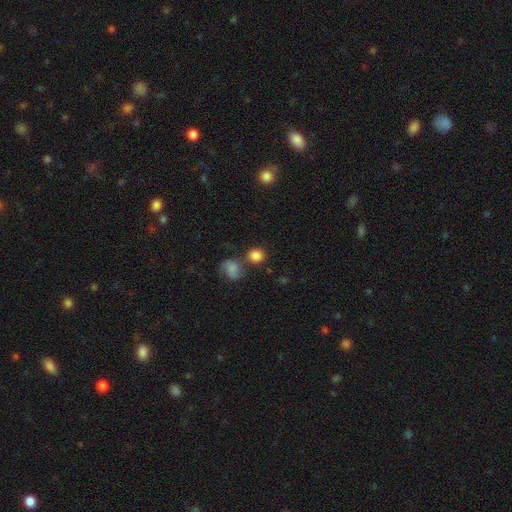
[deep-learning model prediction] Q: Smooth or featured?
A: smooth (84%); runner-up: star or artifact (11%)
Q: How rounded?
A: round (78%); runner-up: in between (21%)
Q: Merging?
A: none (63%); runner-up: merger (22%)